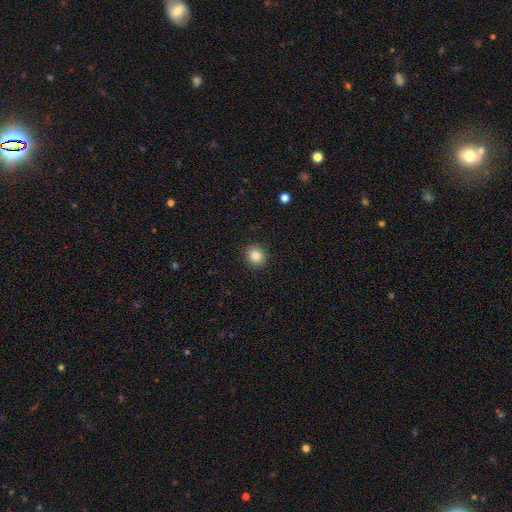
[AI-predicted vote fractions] Smooth or featured?
  - smooth: 84% *
  - star or artifact: 10%
  - featured or disk: 6%
How rounded?
  - round: 76% *
  - in between: 23%
  - cigar-shaped: 1%
Merging?
  - none: 91% *
  - minor disturbance: 6%
  - major disturbance: 2%
  - merger: 1%